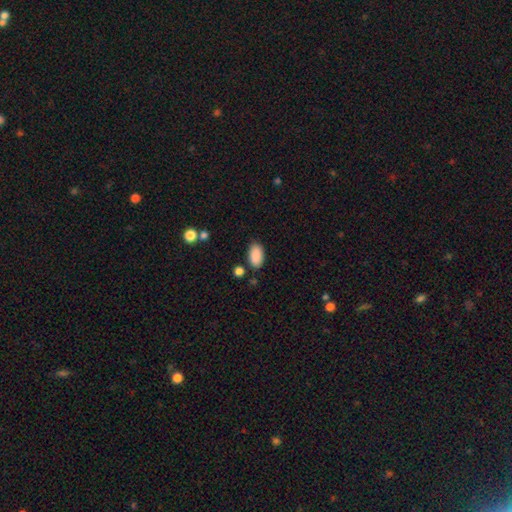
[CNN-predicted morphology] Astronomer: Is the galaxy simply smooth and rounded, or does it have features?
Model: smooth — 90%.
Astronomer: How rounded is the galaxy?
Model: in between — 94%.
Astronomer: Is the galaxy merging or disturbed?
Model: none — 81%.